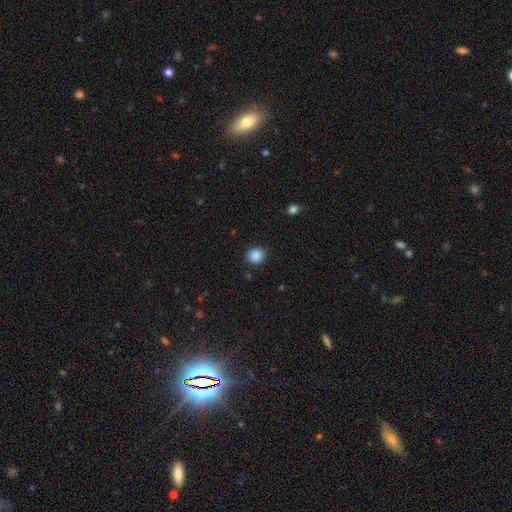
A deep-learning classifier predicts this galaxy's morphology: A smooth galaxy with no disk features (87%) that is round (88%).

Vote fractions:
- Smooth or featured? smooth: 87% / star or artifact: 10% / featured or disk: 3%
- How rounded? round: 88% / in between: 12% / cigar-shaped: 1%
- Merging? none: 87% / minor disturbance: 9% / major disturbance: 2% / merger: 2%